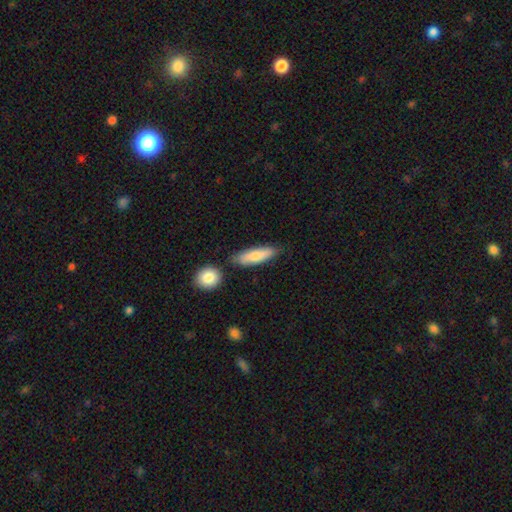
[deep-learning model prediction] smooth_or_featured: smooth (p=0.76) [alt: featured or disk p=0.18]
how_rounded: cigar-shaped (p=0.55) [alt: in between p=0.43]
merging: none (p=0.71) [alt: minor disturbance p=0.15]